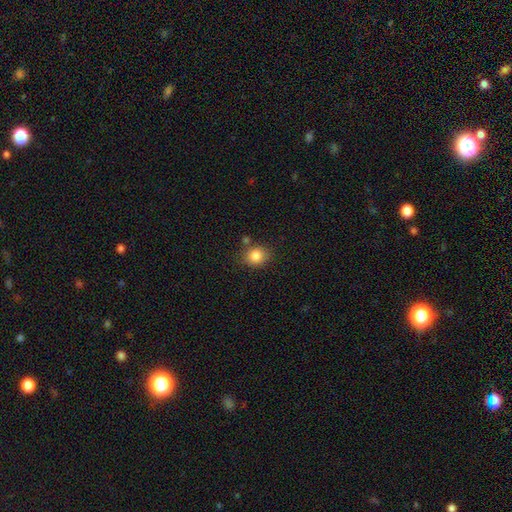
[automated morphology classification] smooth 84%, star or artifact 10%, featured or disk 6%. Down the decision tree: how rounded — round (64%); merging — none (73%).